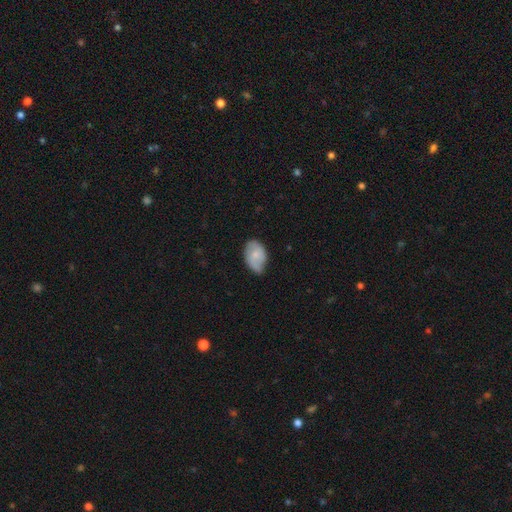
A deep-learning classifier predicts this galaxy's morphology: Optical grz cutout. It shows a smooth galaxy with no disk features (60%) that is in between round and cigar-shaped (87%). Merging: none (55%).